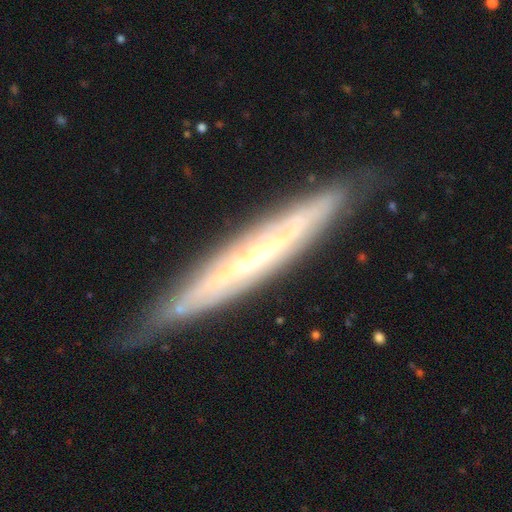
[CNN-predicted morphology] smooth_or_featured: featured or disk (p=0.73) [alt: smooth p=0.20]
disk_edge_on: yes (p=0.79) [alt: no p=0.21]
edge_on_bulge: none (p=0.69) [alt: rounded p=0.24]
merging: none (p=0.77) [alt: minor disturbance p=0.18]